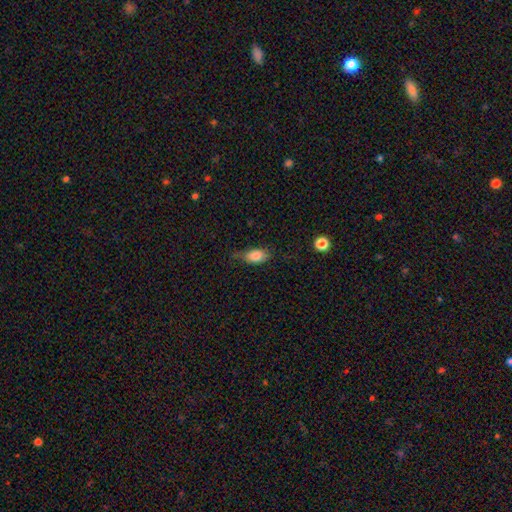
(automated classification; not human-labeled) The model was most divided on "merging": none: 58%, minor disturbance: 31%, major disturbance: 10%, merger: 2%. More confident: how rounded — in between (86%); smooth or featured — smooth (80%).